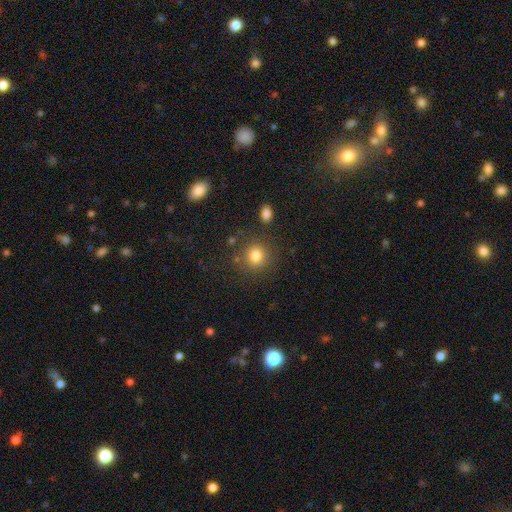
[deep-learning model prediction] Smooth or featured?
  - smooth: 83% *
  - star or artifact: 12%
  - featured or disk: 6%
How rounded?
  - round: 87% *
  - in between: 12%
  - cigar-shaped: 1%
Merging?
  - none: 82% *
  - minor disturbance: 9%
  - merger: 5%
  - major disturbance: 4%